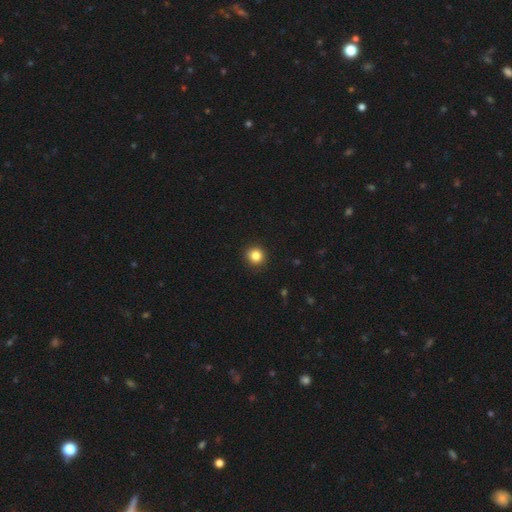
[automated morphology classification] smooth 84%, star or artifact 12%, featured or disk 5%. Down the decision tree: how rounded — round (93%); merging — none (92%).